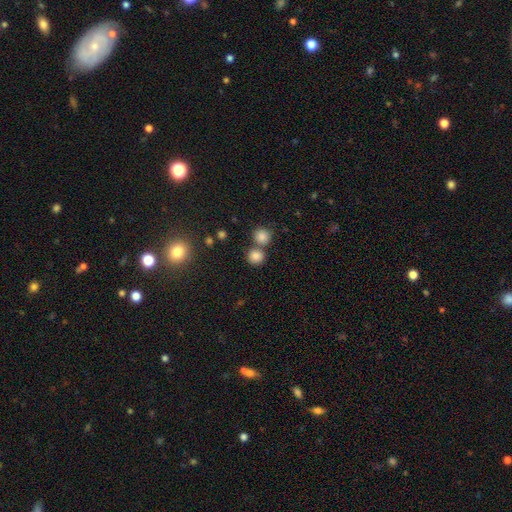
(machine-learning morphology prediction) This is clearly a smooth galaxy (81%). How rounded: clearly round (87%). Merging: likely none (65%).